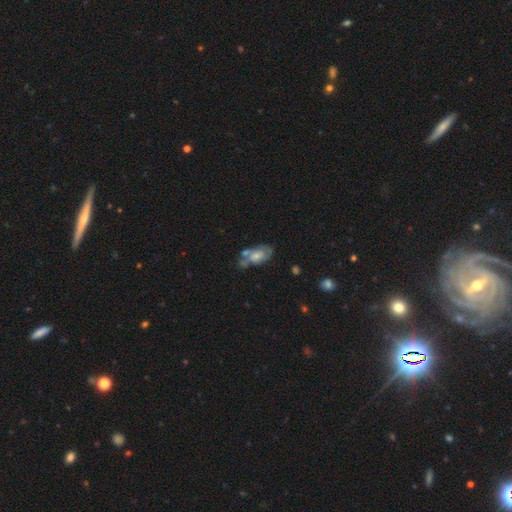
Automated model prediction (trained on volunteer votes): A featured or disk galaxy (52%).

Vote fractions:
- Smooth or featured? featured or disk: 52% / smooth: 40% / star or artifact: 8%
- Edge-on disk? no: 93% / yes: 7%
- Merging? none: 38% / minor disturbance: 25% / merger: 23% / major disturbance: 14%